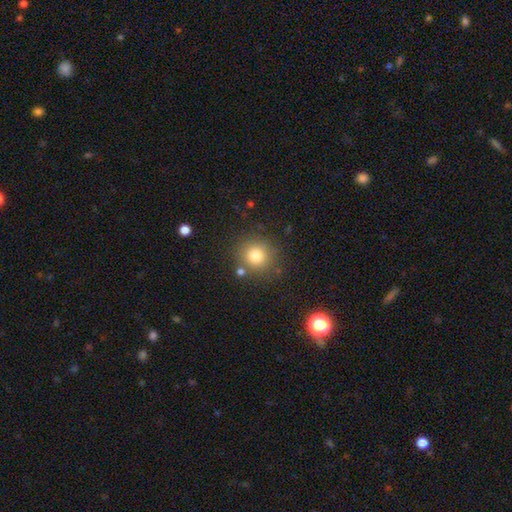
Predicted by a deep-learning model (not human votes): Smooth or featured? Predicted: smooth (p=0.80). How rounded? Predicted: round (p=0.91). Merging? Predicted: none (p=0.82).